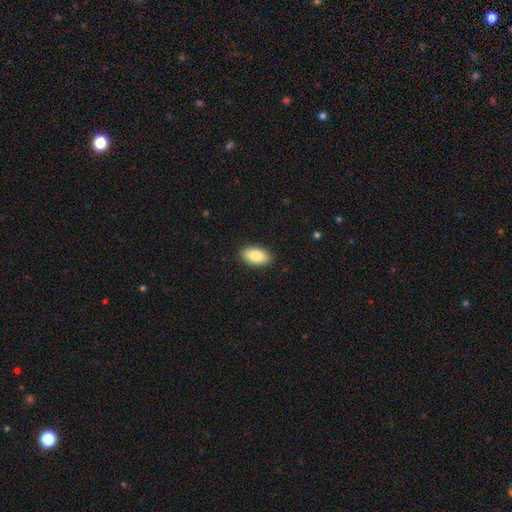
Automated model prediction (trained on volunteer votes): Smooth or featured? Predicted: smooth (p=0.84). How rounded? Predicted: in between (p=0.93). Merging? Predicted: none (p=0.89).